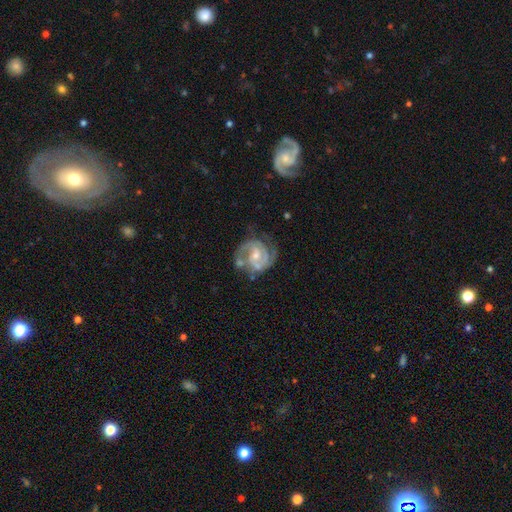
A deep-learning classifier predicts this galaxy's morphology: The model was most divided on "bar": no: 50%, weak: 40%, strong: 9%. More confident: edge-on disk — no (98%); spiral arms — yes (97%); smooth or featured — featured or disk (89%); spiral arm count — 2 (68%); merging — none (59%); bulge size — small (53%); spiral winding — tight (53%).